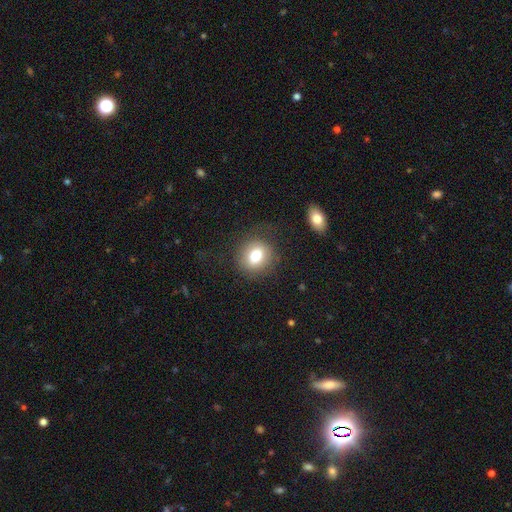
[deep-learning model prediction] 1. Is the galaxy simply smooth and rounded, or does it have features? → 75% smooth, 14% featured or disk, 10% star or artifact.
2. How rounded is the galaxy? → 71% round, 28% in between, 1% cigar-shaped.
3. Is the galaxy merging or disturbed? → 80% none, 12% minor disturbance, 6% major disturbance, 2% merger.